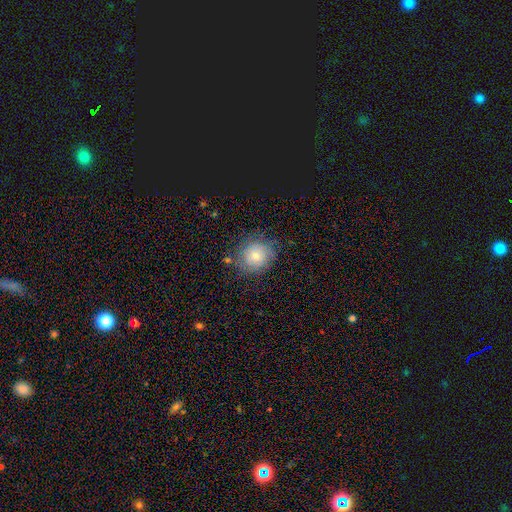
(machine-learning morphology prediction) Smooth or featured? smooth (72%)
How rounded? round (83%)
Merging? none (74%)